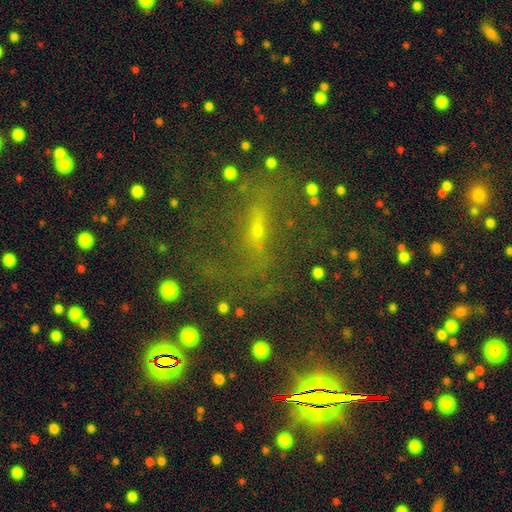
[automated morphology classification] A featured or disk galaxy (47%). Merging: none (61%).